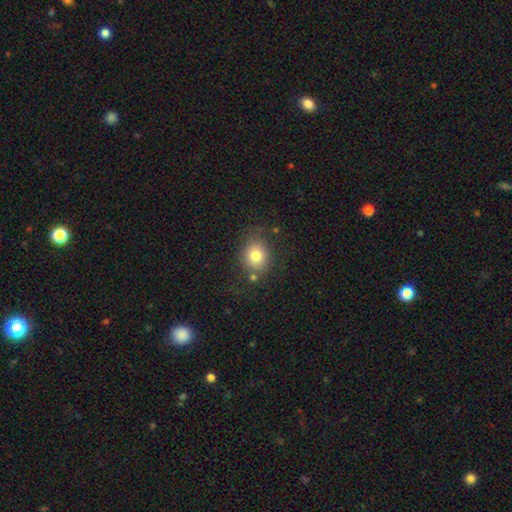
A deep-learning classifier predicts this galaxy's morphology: This appears to be a smooth galaxy with no disk features (78%) that is round (71%). Merging: none (75%).